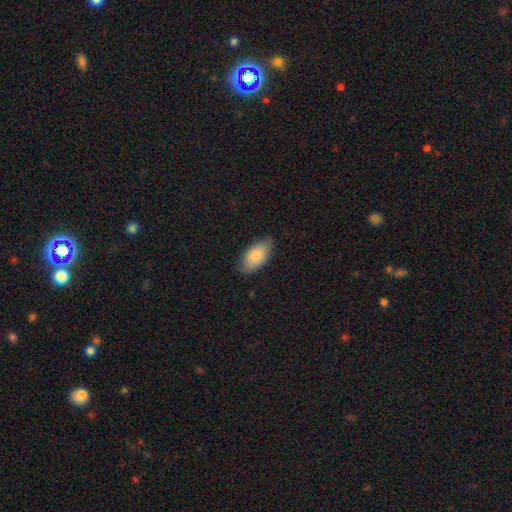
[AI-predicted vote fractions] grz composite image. It shows a smooth galaxy with no disk features (82%) that is in between round and cigar-shaped (94%). Merging: none (78%).